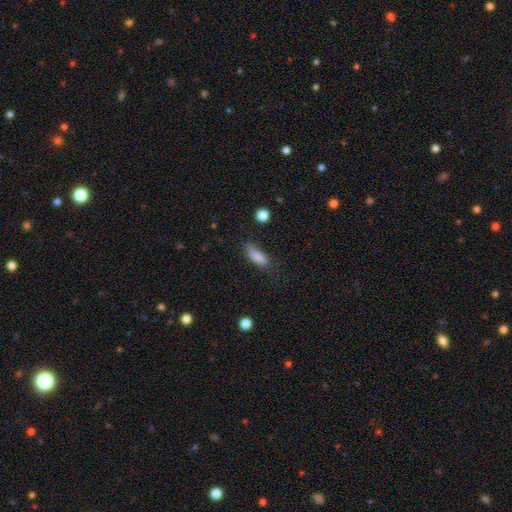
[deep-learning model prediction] Smooth or featured?
  - smooth: 83% *
  - featured or disk: 9%
  - star or artifact: 9%
How rounded?
  - in between: 65% *
  - cigar-shaped: 32%
  - round: 3%
Merging?
  - none: 58% *
  - minor disturbance: 29%
  - major disturbance: 10%
  - merger: 3%